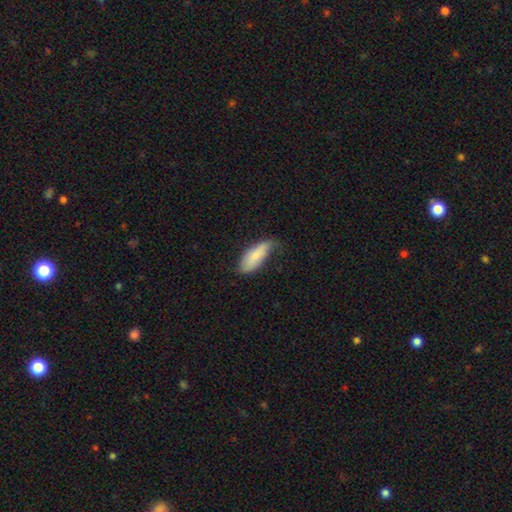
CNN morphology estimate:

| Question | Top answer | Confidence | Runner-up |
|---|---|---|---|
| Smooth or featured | smooth | 72% | featured or disk (22%) |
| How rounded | in between | 75% | cigar-shaped (23%) |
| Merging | none | 45% | minor disturbance (41%) |